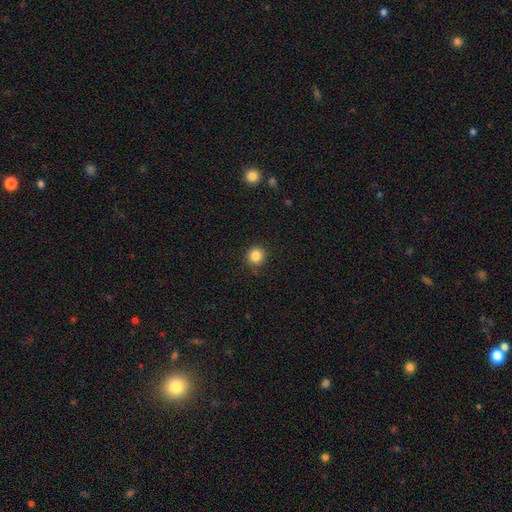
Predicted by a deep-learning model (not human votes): A smooth galaxy with no disk features (85%) that is round (93%).

Vote fractions:
- Smooth or featured? smooth: 85% / star or artifact: 11% / featured or disk: 4%
- How rounded? round: 93% / in between: 6% / cigar-shaped: 1%
- Merging? none: 90% / minor disturbance: 7% / major disturbance: 2% / merger: 1%